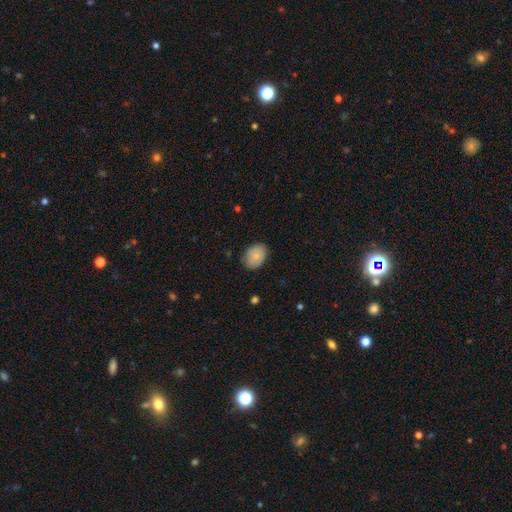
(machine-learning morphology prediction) smooth 81%, featured or disk 12%, star or artifact 7%. Down the decision tree: how rounded — in between (72%); merging — none (80%).